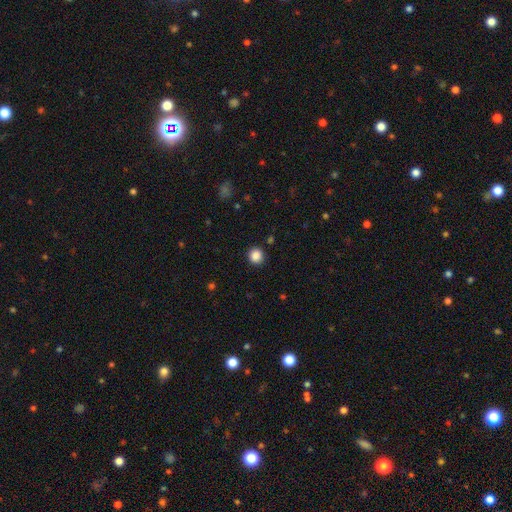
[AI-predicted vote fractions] Morphology: type=smooth (87%); roundness=round (91%); merging=none (91%).